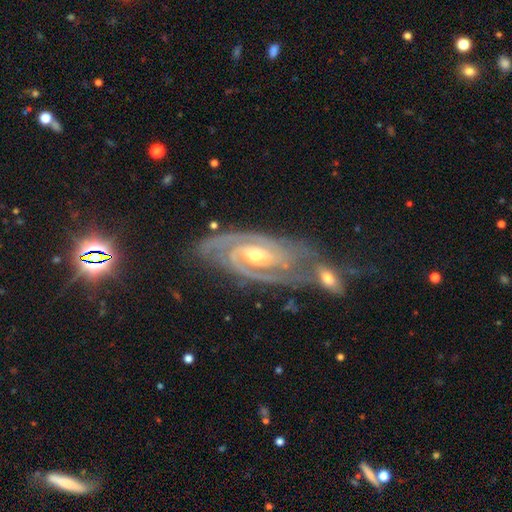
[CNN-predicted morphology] smooth-or-featured: featured or disk: 92% | star or artifact: 4% | smooth: 4%
  disk-edge-on: no: 96% | yes: 4%
    bar: weak: 41% | no: 37% | strong: 22%
    has-spiral-arms: yes: 98% | no: 2%
      spiral-winding: tight: 63% | medium: 32% | loose: 5%
      spiral-arm-count: 2: 72% | 3: 13% | can't tell: 7% | 1: 3% | 4: 3% | more than 4: 2%
    bulge-size: moderate: 55% | small: 41% | large: 2% | none: 1% | dominant: 1%
  merging: none: 54% | merger: 20% | minor disturbance: 18% | major disturbance: 8%